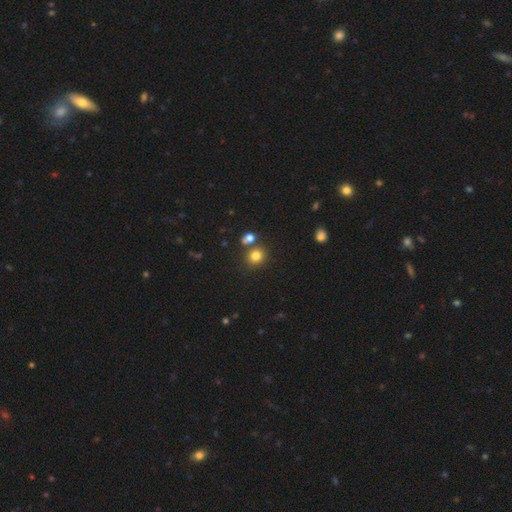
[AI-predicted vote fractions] The model was most divided on "merging": none: 69%, merger: 18%, minor disturbance: 10%, major disturbance: 3%. More confident: smooth or featured — smooth (80%); how rounded — round (75%).